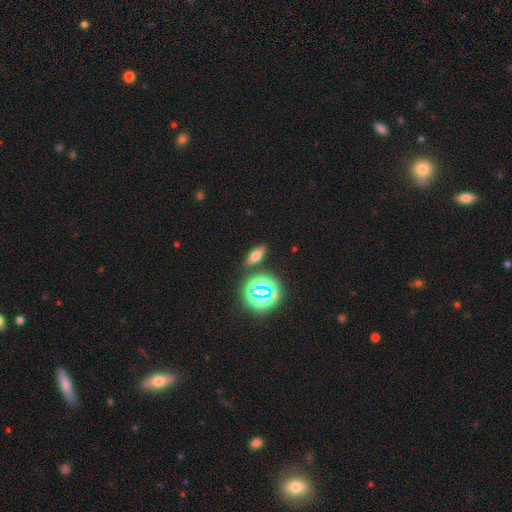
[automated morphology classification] Smooth or featured? smooth (57%)
How rounded? in between (65%)
Merging? none (86%)